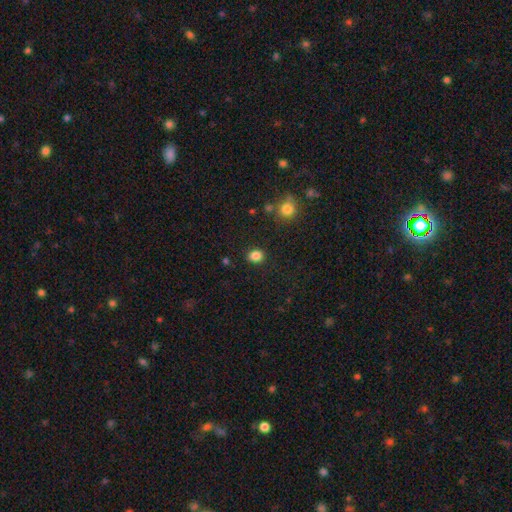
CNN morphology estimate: Q: Smooth or featured?
A: smooth (85%); runner-up: star or artifact (11%)
Q: How rounded?
A: round (60%); runner-up: in between (39%)
Q: Merging?
A: none (88%); runner-up: minor disturbance (8%)